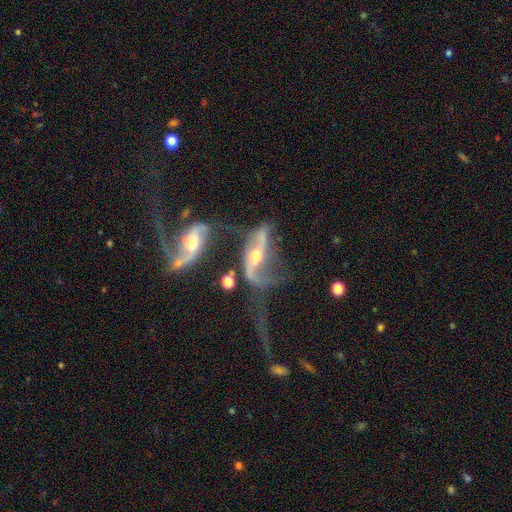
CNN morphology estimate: type=featured or disk (83%); edge-on=no (89%); bar=no (44%); spiral arms=yes (86%); winding=loose (70%); arm count=2 (74%); bulge=moderate (58%); merging=merger (61%).